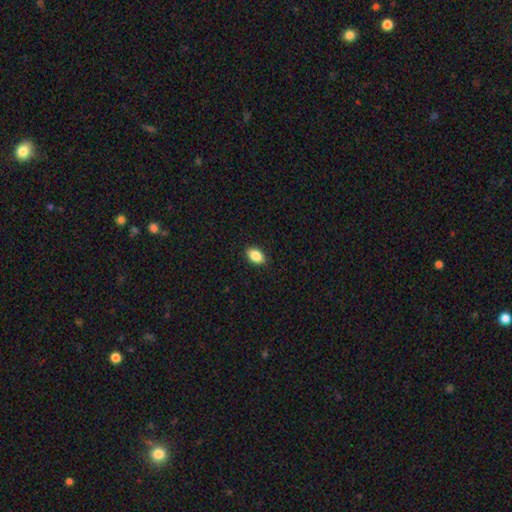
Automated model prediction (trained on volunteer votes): smooth-or-featured: smooth: 87% | star or artifact: 8% | featured or disk: 5%
  how-rounded: in between: 89% | round: 9% | cigar-shaped: 2%
  merging: none: 89% | minor disturbance: 8% | major disturbance: 2% | merger: 1%